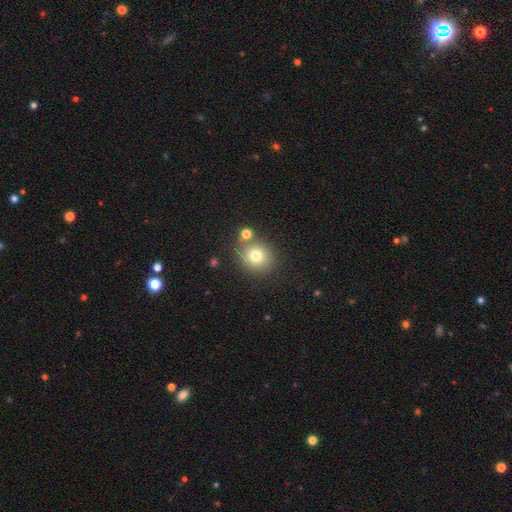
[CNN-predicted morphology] smooth 76%, star or artifact 13%, featured or disk 11%. Down the decision tree: how rounded — round (84%); merging — none (74%).